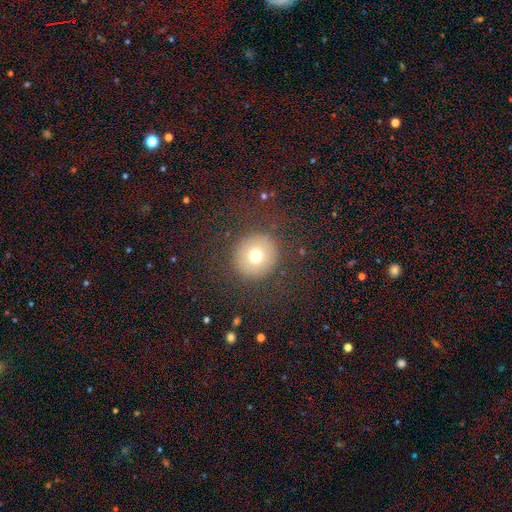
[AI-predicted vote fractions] Smooth or featured? Predicted: smooth (p=0.71). How rounded? Predicted: round (p=0.93). Merging? Predicted: none (p=0.85).